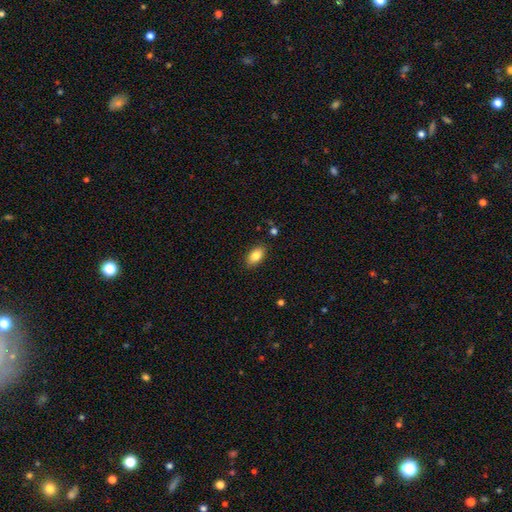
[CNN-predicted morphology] Smooth or featured?
  - smooth: 85% *
  - featured or disk: 8%
  - star or artifact: 8%
How rounded?
  - in between: 91% *
  - round: 6%
  - cigar-shaped: 3%
Merging?
  - none: 87% *
  - minor disturbance: 9%
  - major disturbance: 2%
  - merger: 1%